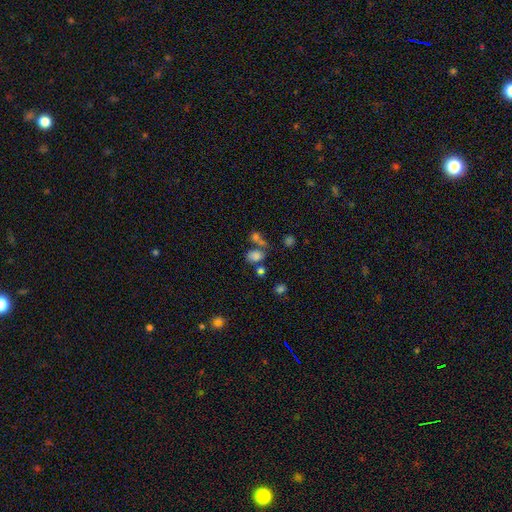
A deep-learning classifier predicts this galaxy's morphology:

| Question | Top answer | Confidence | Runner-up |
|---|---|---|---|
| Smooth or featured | smooth | 75% | star or artifact (16%) |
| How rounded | in between | 72% | round (26%) |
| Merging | none | 45% | merger (32%) |